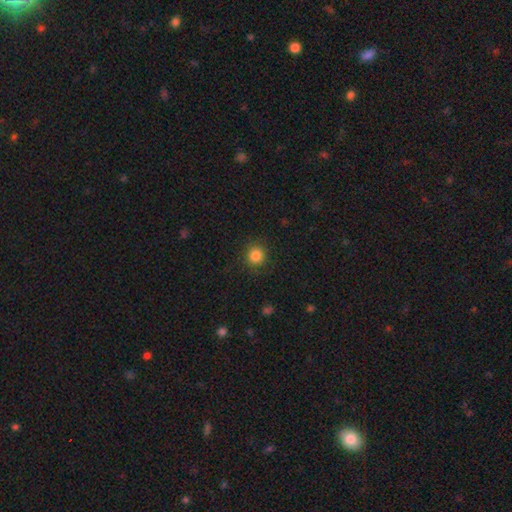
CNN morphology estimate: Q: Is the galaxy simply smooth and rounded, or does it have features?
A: smooth — 84%.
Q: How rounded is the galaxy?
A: round — 92%.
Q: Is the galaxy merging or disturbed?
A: none — 88%.